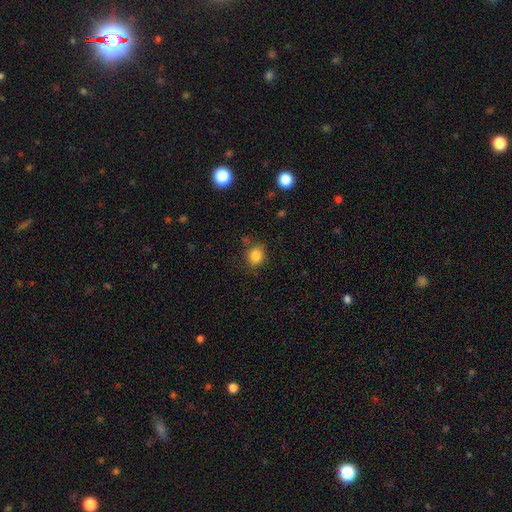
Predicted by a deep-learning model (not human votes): Morphology: type=smooth (83%); roundness=round (66%); merging=none (79%).